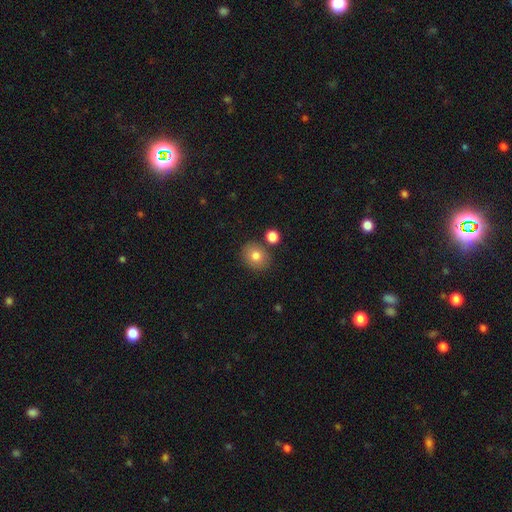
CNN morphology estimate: Overall: smooth (79%). How rounded: round (61%; in between 38%). Merging: none (79%).